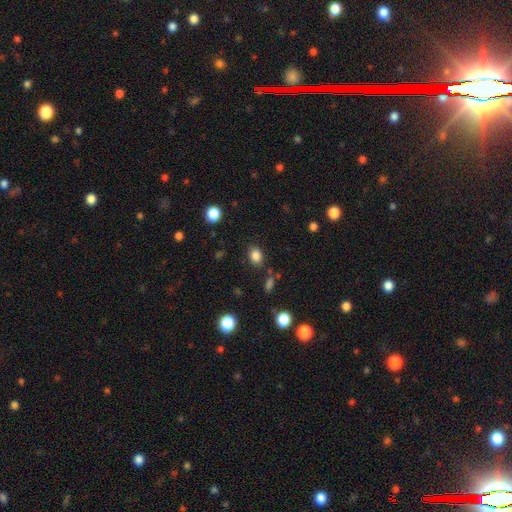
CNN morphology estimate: smooth 83%, star or artifact 11%, featured or disk 5%. Down the decision tree: how rounded — in between (56%); merging — none (82%).